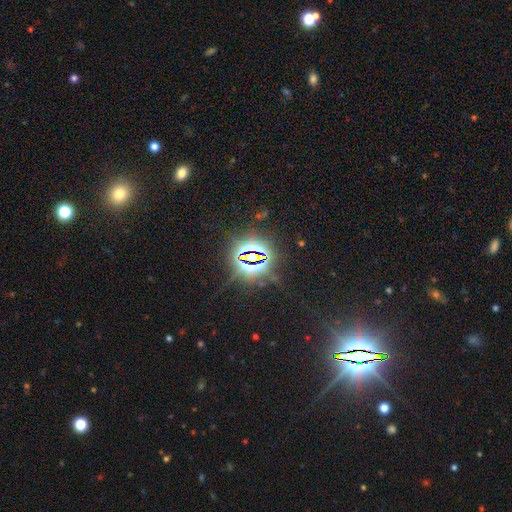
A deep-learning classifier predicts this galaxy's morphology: A star or artifact, not a galaxy (85%).

Vote fractions:
- Smooth or featured? star or artifact: 85% / smooth: 8% / featured or disk: 7%